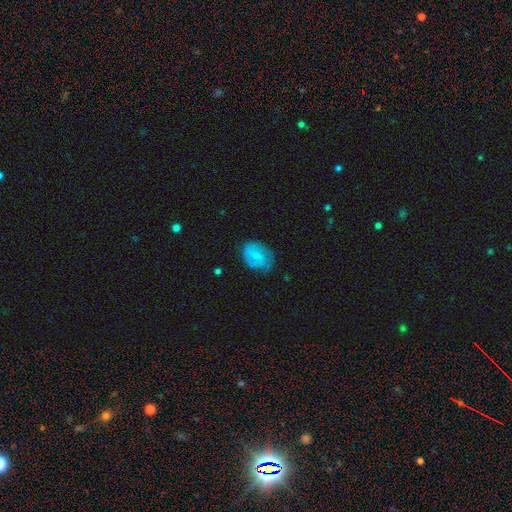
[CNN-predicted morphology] Smooth or featured: smooth — 58% (featured or disk — 34%)
How rounded: in between — 66% (round — 33%)
Merging: none — 61% (minor disturbance — 28%)